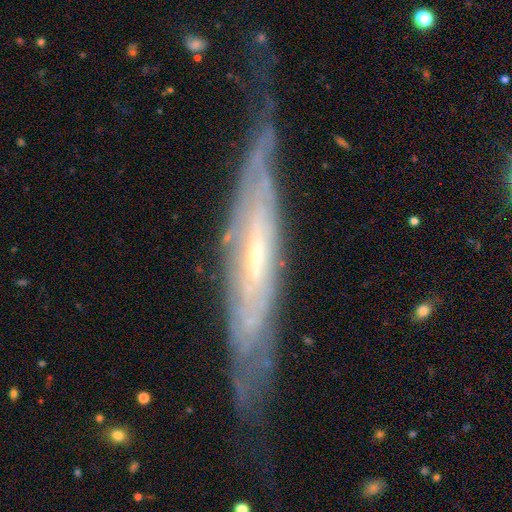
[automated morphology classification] smooth-or-featured: featured or disk: 81% | smooth: 12% | star or artifact: 7%
  disk-edge-on: yes: 56% | no: 44%
  merging: none: 65% | minor disturbance: 23% | major disturbance: 10% | merger: 2%